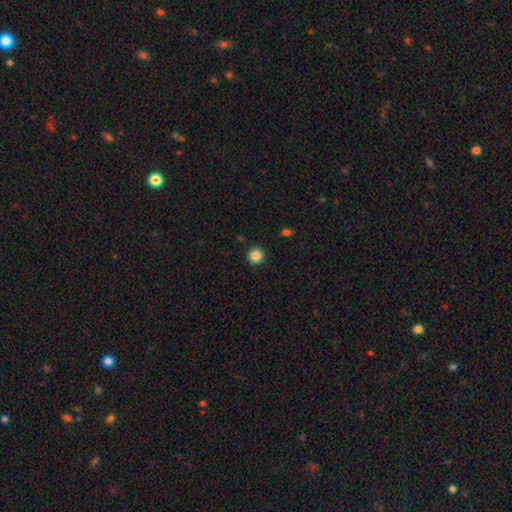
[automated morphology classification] Smooth or featured? smooth (86%)
How rounded? round (95%)
Merging? none (92%)